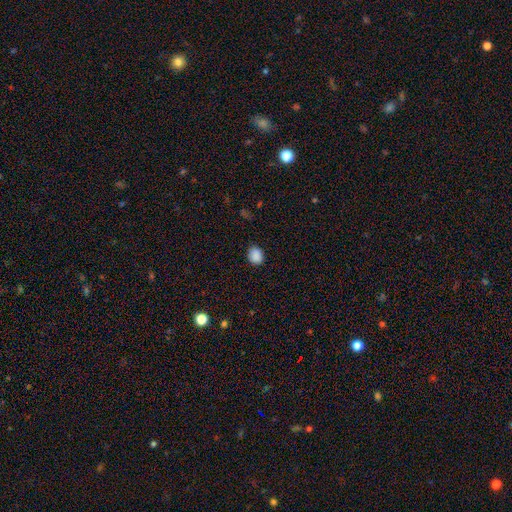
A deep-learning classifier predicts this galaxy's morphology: Smooth or featured? Predicted: smooth (p=0.87). How rounded? Predicted: round (p=0.52). Merging? Predicted: none (p=0.82).